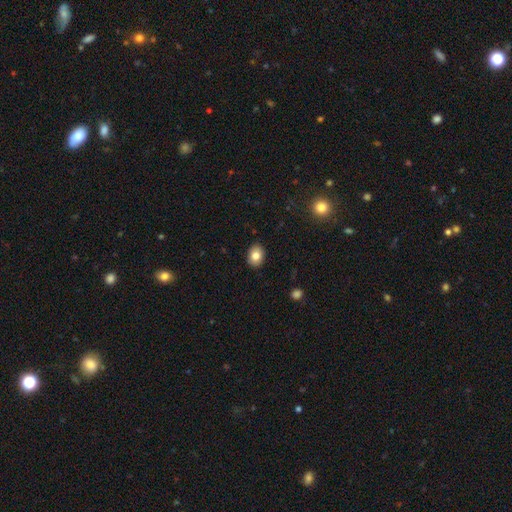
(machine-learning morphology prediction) Smooth or featured: smooth — 82% (star or artifact — 9%)
How rounded: in between — 63% (round — 36%)
Merging: none — 89% (minor disturbance — 8%)